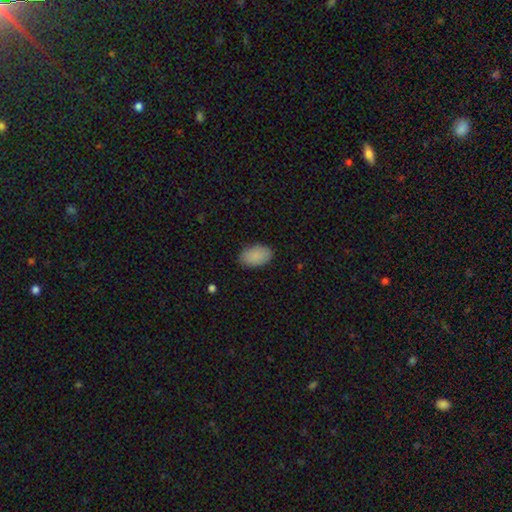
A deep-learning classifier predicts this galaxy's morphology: type=smooth (89%); roundness=in between (94%); merging=none (86%).